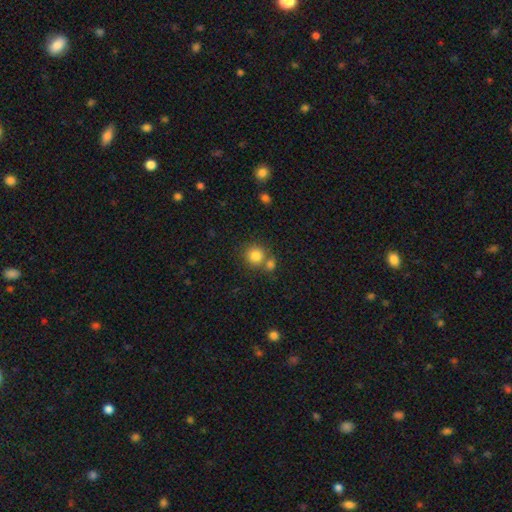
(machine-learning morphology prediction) Overall: smooth (83%). How rounded: round (89%). Merging: none (62%; merger 25%).